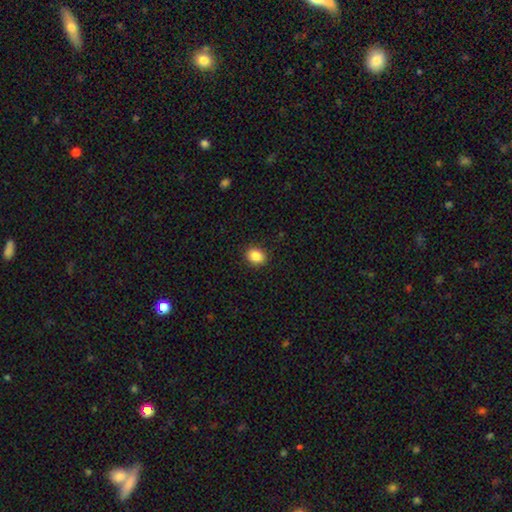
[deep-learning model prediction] This is clearly a smooth galaxy (87%). How rounded: possibly round (51%). Merging: clearly none (89%).